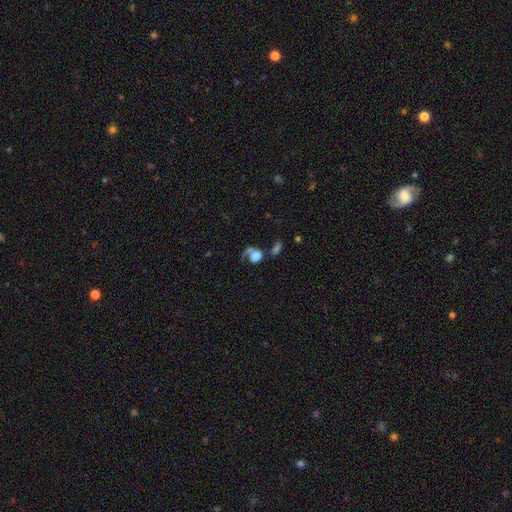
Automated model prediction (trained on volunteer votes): Smooth or featured?
  - smooth: 59% *
  - featured or disk: 27%
  - star or artifact: 14%
How rounded?
  - in between: 50% *
  - round: 47%
  - cigar-shaped: 3%
Merging?
  - merger: 36% *
  - none: 27%
  - major disturbance: 25%
  - minor disturbance: 12%